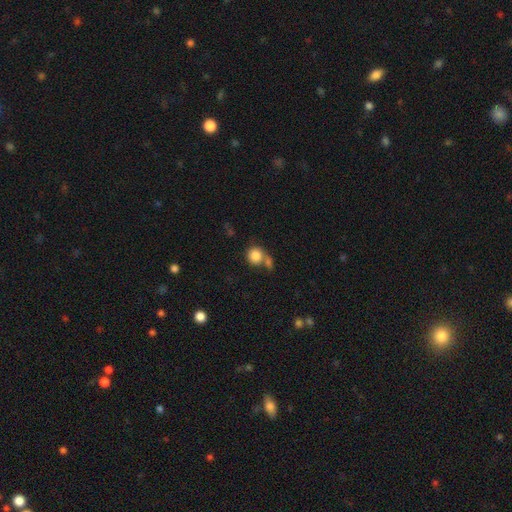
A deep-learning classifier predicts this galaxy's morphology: This appears to be a smooth galaxy with no disk features (84%) that is round (87%). Merging: none (48%).